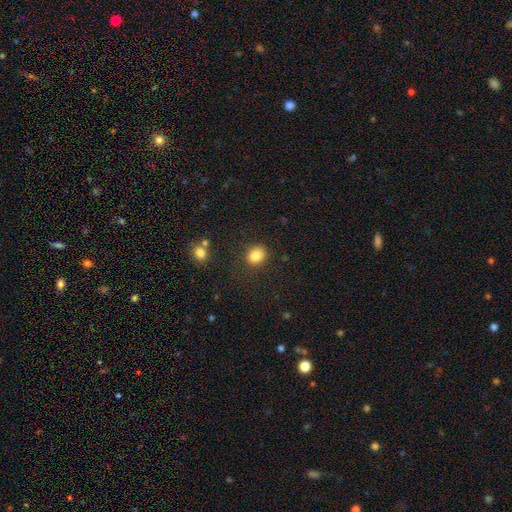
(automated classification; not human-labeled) A smooth galaxy with no disk features (84%) that is round (54%).

Vote fractions:
- Smooth or featured? smooth: 84% / star or artifact: 10% / featured or disk: 6%
- How rounded? round: 54% / in between: 45% / cigar-shaped: 1%
- Merging? none: 85% / minor disturbance: 10% / major disturbance: 3% / merger: 2%